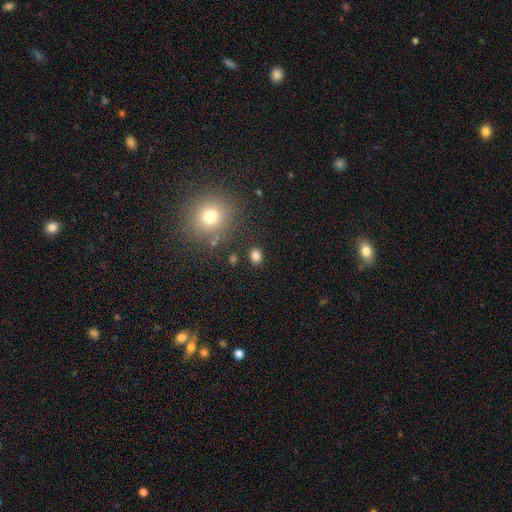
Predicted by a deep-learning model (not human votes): Smooth or featured? Predicted: smooth (p=0.81). How rounded? Predicted: in between (p=0.54). Merging? Predicted: none (p=0.84).